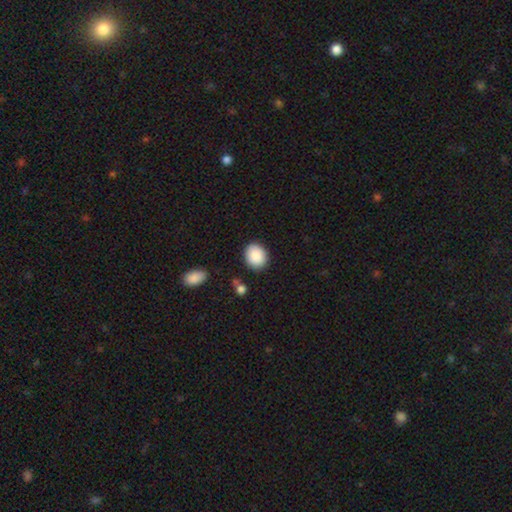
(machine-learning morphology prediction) The model was most divided on "how rounded": round: 56%, in between: 43%, cigar-shaped: 1%. More confident: smooth or featured — smooth (89%); merging — none (87%).